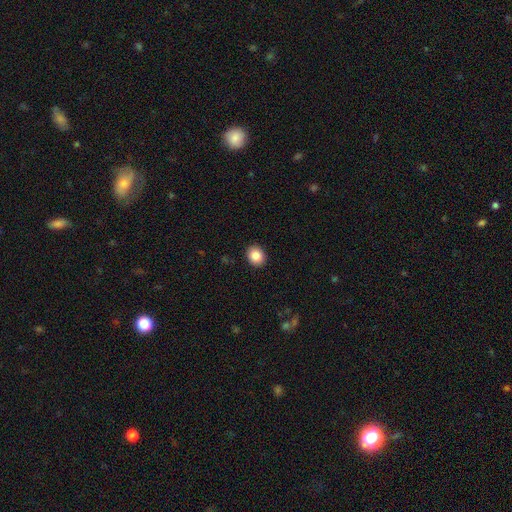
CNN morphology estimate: Smooth or featured? Predicted: smooth (p=0.87). How rounded? Predicted: round (p=0.65). Merging? Predicted: none (p=0.91).